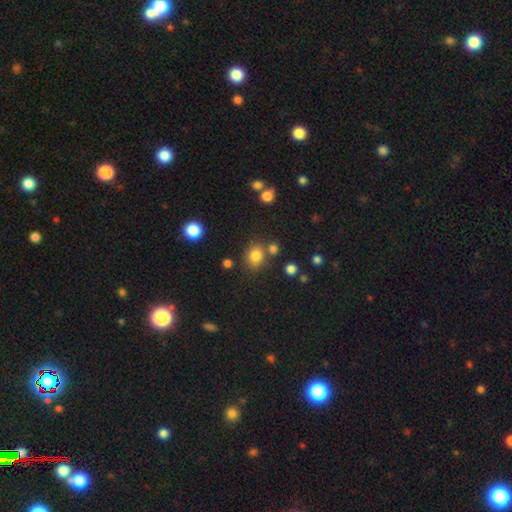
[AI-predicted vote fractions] smooth_or_featured: smooth (p=0.80) [alt: star or artifact p=0.14]
how_rounded: round (p=0.65) [alt: in between p=0.34]
merging: none (p=0.72) [alt: merger p=0.12]